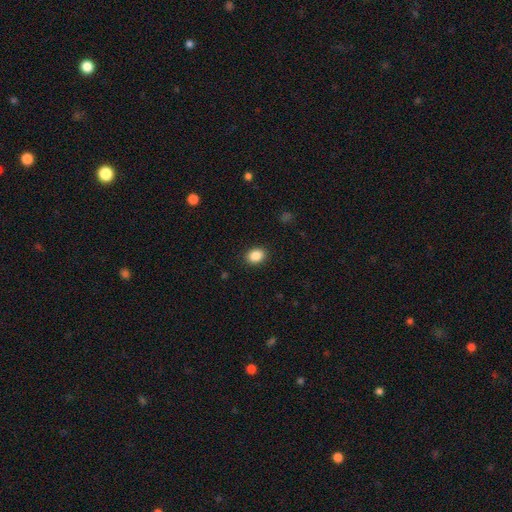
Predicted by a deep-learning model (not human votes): The model was most divided on "how rounded": in between: 60%, round: 39%, cigar-shaped: 1%. More confident: merging — none (89%); smooth or featured — smooth (88%).